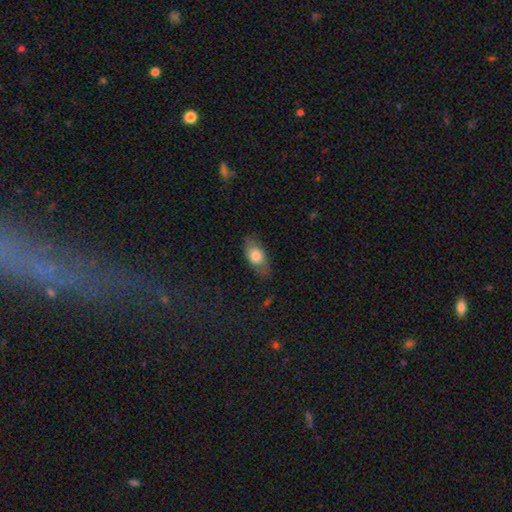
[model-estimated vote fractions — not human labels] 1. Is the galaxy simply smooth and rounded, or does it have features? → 69% smooth, 24% featured or disk, 7% star or artifact.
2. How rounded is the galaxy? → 84% in between, 9% cigar-shaped, 6% round.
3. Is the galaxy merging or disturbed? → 76% none, 18% minor disturbance, 5% major disturbance, 1% merger.